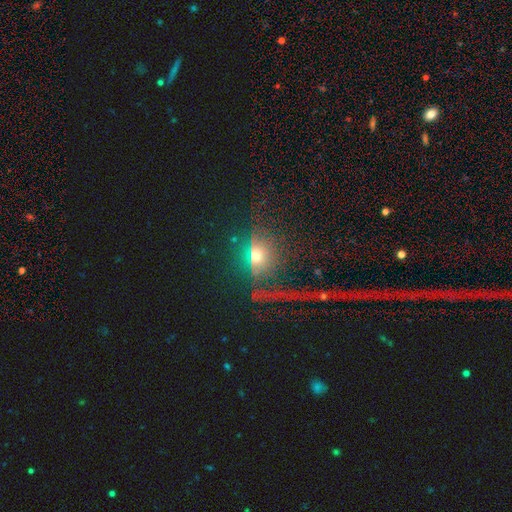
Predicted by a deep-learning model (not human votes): Smooth or featured: smooth — 40% (star or artifact — 35%)
Merging: none — 56% (major disturbance — 22%)